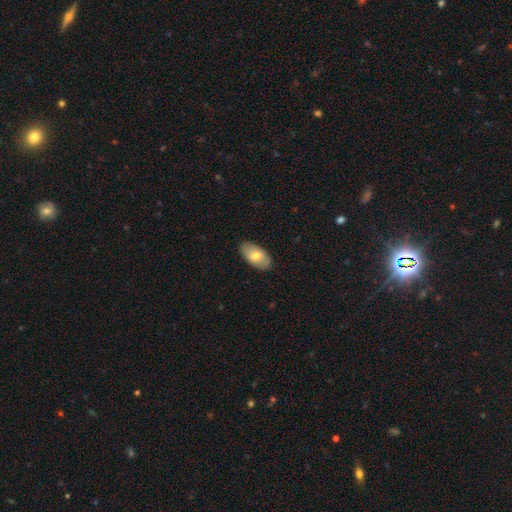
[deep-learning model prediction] smooth-or-featured: smooth: 73% | featured or disk: 21% | star or artifact: 6%
  how-rounded: in between: 94% | round: 3% | cigar-shaped: 3%
  merging: none: 86% | minor disturbance: 11% | major disturbance: 2% | merger: 1%